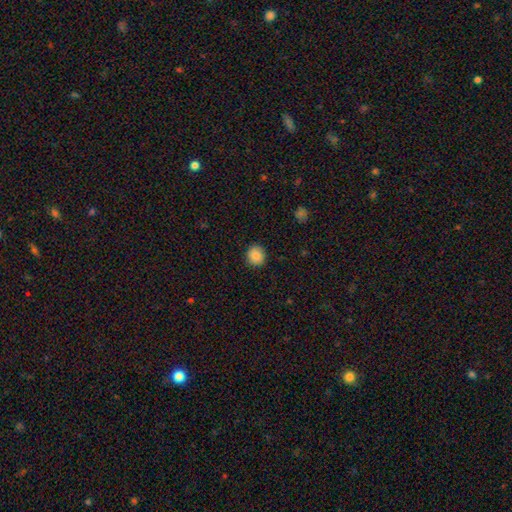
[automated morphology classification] Smooth or featured? Predicted: smooth (p=0.87). How rounded? Predicted: round (p=0.89). Merging? Predicted: none (p=0.89).